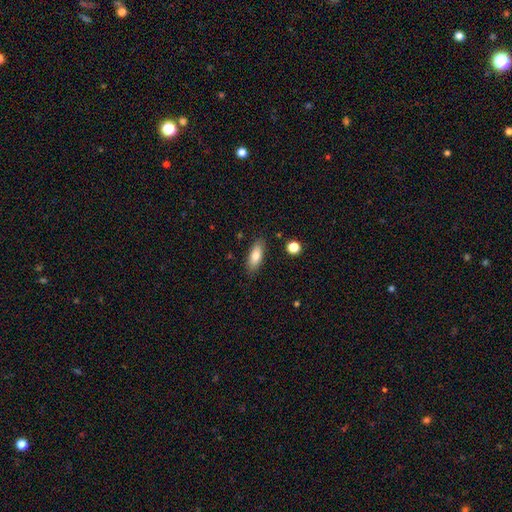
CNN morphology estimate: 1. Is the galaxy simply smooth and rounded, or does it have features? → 78% smooth, 15% featured or disk, 7% star or artifact.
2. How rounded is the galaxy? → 72% in between, 25% cigar-shaped, 3% round.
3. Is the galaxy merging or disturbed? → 85% none, 11% minor disturbance, 2% major disturbance, 2% merger.